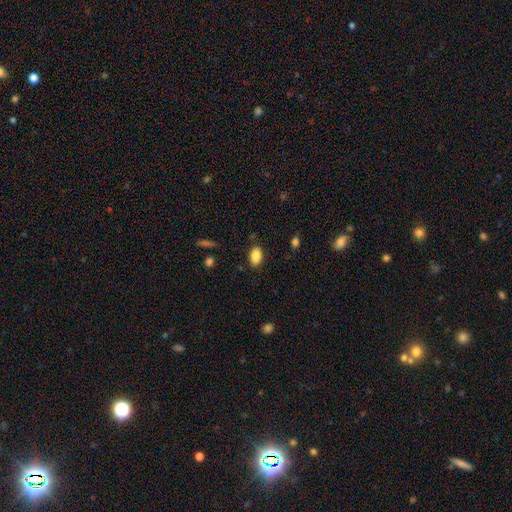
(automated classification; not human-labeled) Q: Smooth or featured?
A: smooth (87%); runner-up: star or artifact (8%)
Q: How rounded?
A: in between (91%); runner-up: round (7%)
Q: Merging?
A: none (85%); runner-up: minor disturbance (11%)